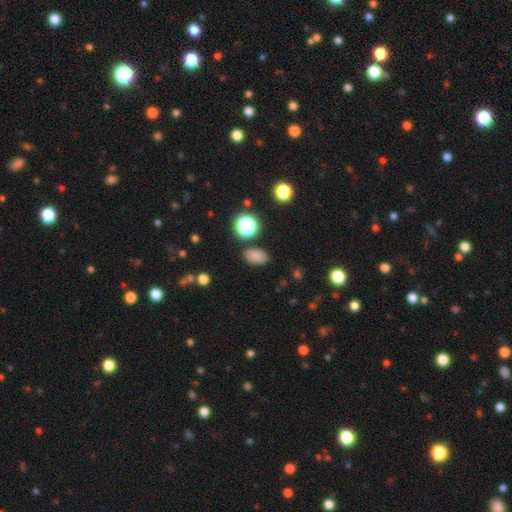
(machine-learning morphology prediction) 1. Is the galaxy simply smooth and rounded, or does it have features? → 77% smooth, 16% star or artifact, 6% featured or disk.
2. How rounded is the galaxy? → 84% in between, 15% round, 1% cigar-shaped.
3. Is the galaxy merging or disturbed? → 82% none, 12% minor disturbance, 3% merger, 3% major disturbance.